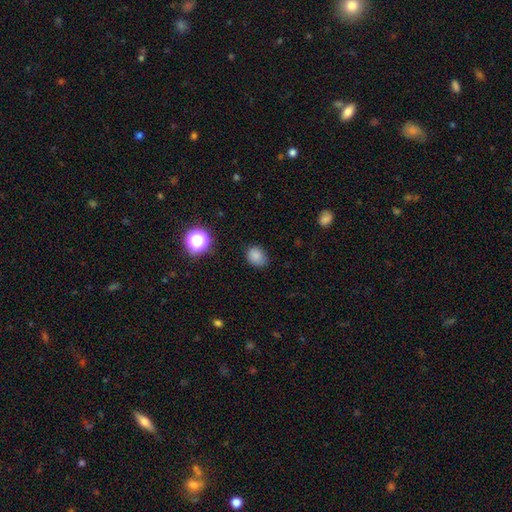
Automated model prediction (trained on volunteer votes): This appears to be a smooth galaxy with no disk features (82%) that is round (52%). Merging: none (76%).